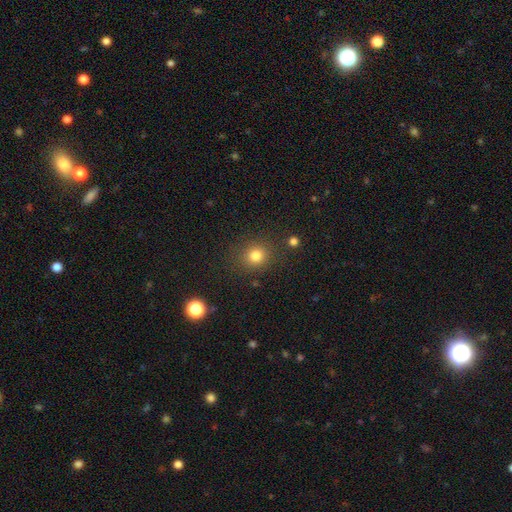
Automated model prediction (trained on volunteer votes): This appears to be a smooth galaxy with no disk features (81%) that is round (82%). Merging: none (85%).